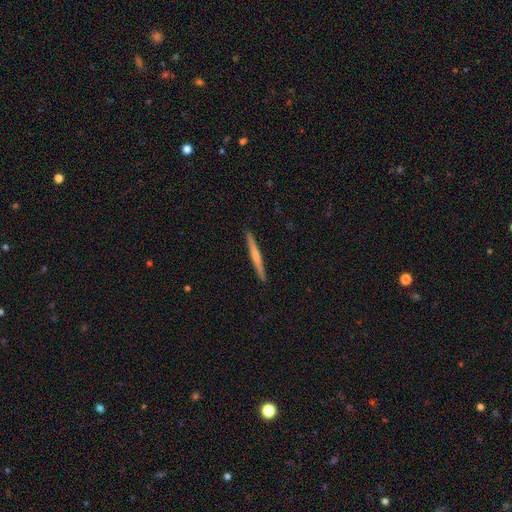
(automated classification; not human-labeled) Smooth or featured: featured or disk — 48% (smooth — 47%)
Merging: none — 93% (minor disturbance — 5%)